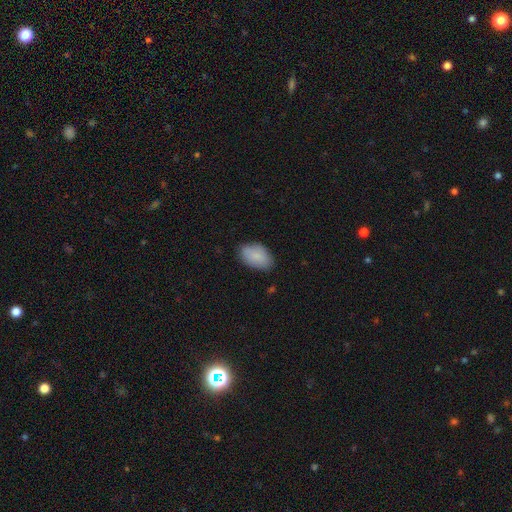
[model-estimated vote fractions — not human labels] Smooth or featured?
  - smooth: 85% *
  - featured or disk: 8%
  - star or artifact: 6%
How rounded?
  - in between: 92% *
  - round: 6%
  - cigar-shaped: 1%
Merging?
  - none: 76% *
  - minor disturbance: 19%
  - major disturbance: 3%
  - merger: 2%